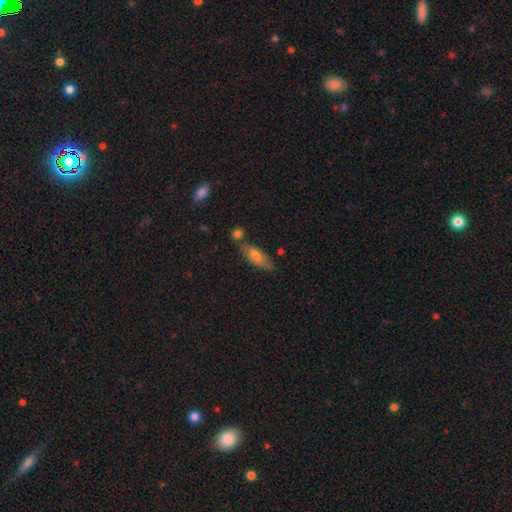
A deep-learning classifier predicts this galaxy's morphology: Smooth or featured? Predicted: smooth (p=0.67). How rounded? Predicted: in between (p=0.64). Merging? Predicted: none (p=0.66).